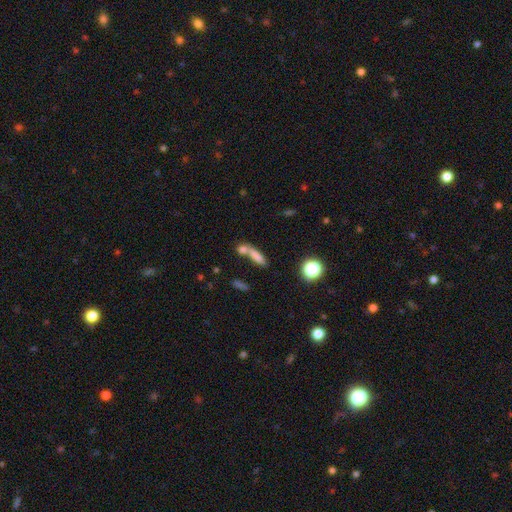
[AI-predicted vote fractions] Overall: smooth (72%). How rounded: cigar-shaped (51%; in between 39%). Merging: merger (44%; none 40%).